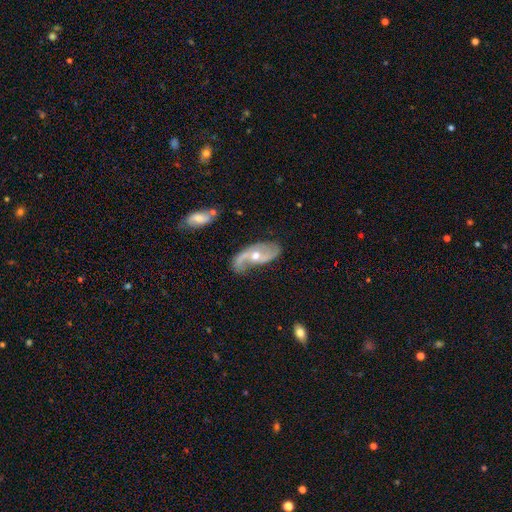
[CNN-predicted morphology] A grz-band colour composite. It shows a featured or disk galaxy (85%) with no bar (57%), 2 (86%) loose (57%) spiral arms (93%) and a moderate central bulge (72%). Merging: none (60%).